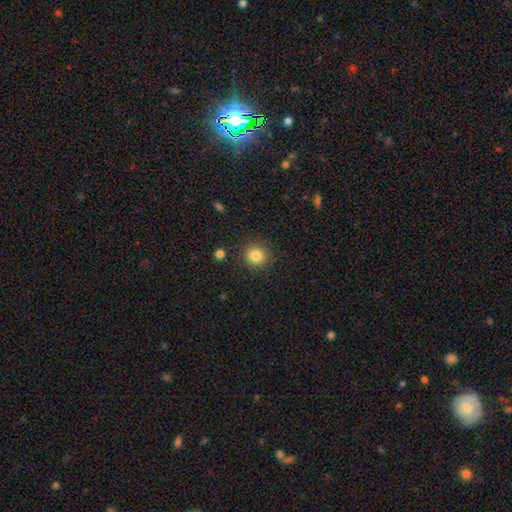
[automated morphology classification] A smooth galaxy with no disk features (84%) that is round (92%). Merging: none (89%).